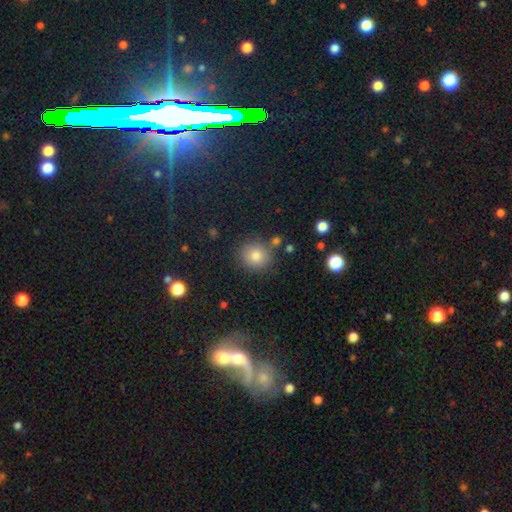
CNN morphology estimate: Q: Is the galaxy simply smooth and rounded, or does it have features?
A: smooth — 80%.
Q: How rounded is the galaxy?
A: round — 89%.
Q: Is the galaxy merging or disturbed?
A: none — 82%.